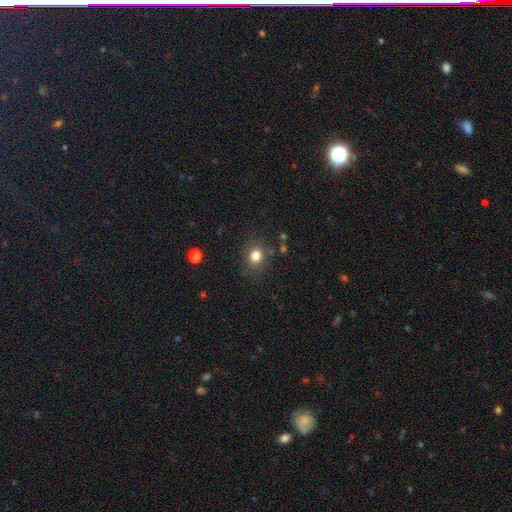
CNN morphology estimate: smooth 80%, star or artifact 13%, featured or disk 7%. Down the decision tree: how rounded — round (66%); merging — none (80%).